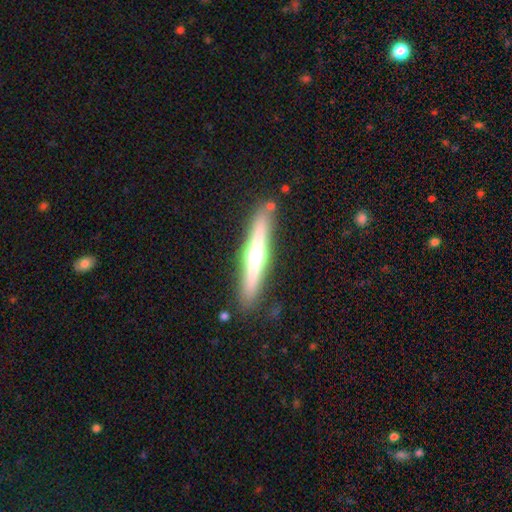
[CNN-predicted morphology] Smooth or featured? featured or disk (68%)
Edge-on disk? yes (96%)
Edge-on bulge? rounded (94%)
Merging? none (87%)